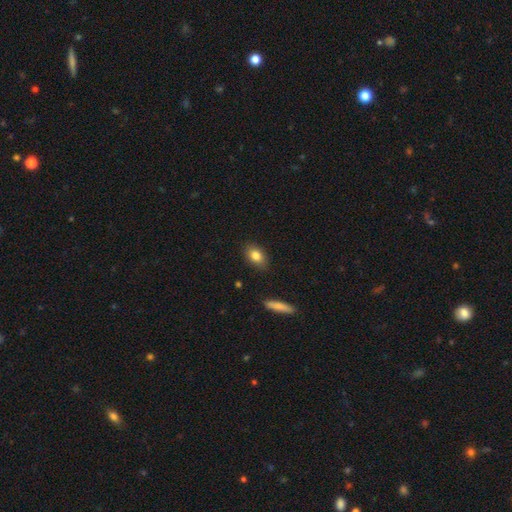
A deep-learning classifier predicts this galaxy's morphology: A smooth galaxy with no disk features (83%) that is in between round and cigar-shaped (83%). Merging: none (87%).